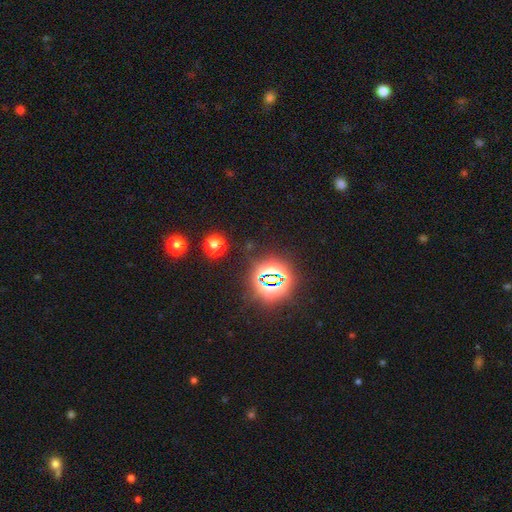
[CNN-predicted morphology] Smooth or featured?
  - star or artifact: 80% *
  - smooth: 13%
  - featured or disk: 7%